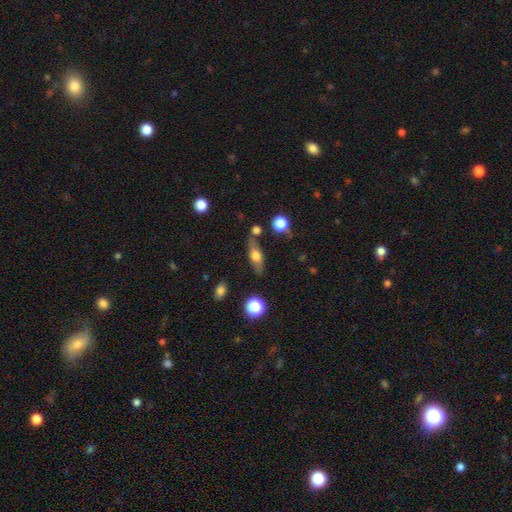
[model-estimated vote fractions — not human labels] Q: Smooth or featured?
A: smooth (55%); runner-up: featured or disk (38%)
Q: How rounded?
A: in between (60%); runner-up: cigar-shaped (34%)
Q: Merging?
A: none (72%); runner-up: minor disturbance (16%)